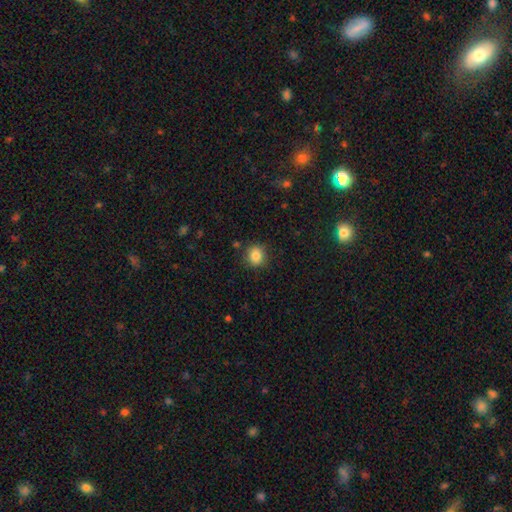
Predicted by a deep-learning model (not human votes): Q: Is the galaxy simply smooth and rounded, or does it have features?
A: smooth — 84%.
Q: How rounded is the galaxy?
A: round — 81%.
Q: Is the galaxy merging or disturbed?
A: none — 86%.